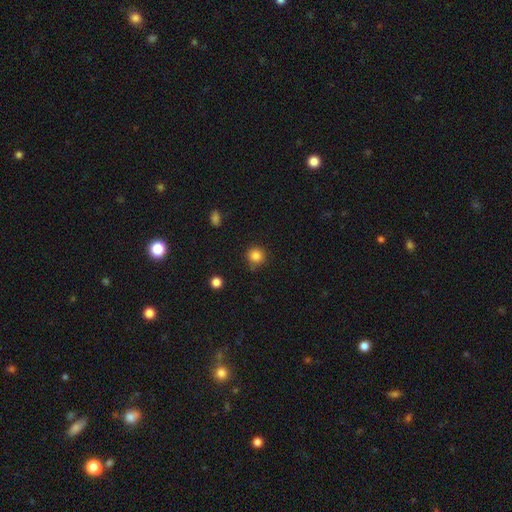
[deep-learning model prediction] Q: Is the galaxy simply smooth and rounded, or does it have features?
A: smooth — 84%.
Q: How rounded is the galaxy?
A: round — 93%.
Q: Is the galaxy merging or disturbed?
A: none — 82%.